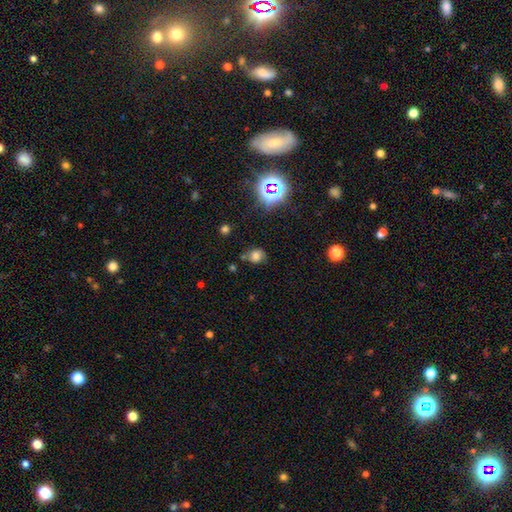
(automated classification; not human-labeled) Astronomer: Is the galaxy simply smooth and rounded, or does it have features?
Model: smooth — 67%.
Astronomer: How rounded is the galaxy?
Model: round — 63%.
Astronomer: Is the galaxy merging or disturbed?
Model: none — 62%.